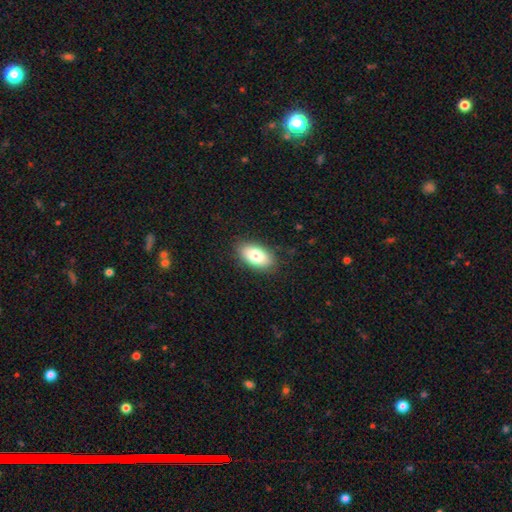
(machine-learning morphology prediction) Smooth or featured? Predicted: smooth (p=0.81). How rounded? Predicted: in between (p=0.93). Merging? Predicted: none (p=0.86).